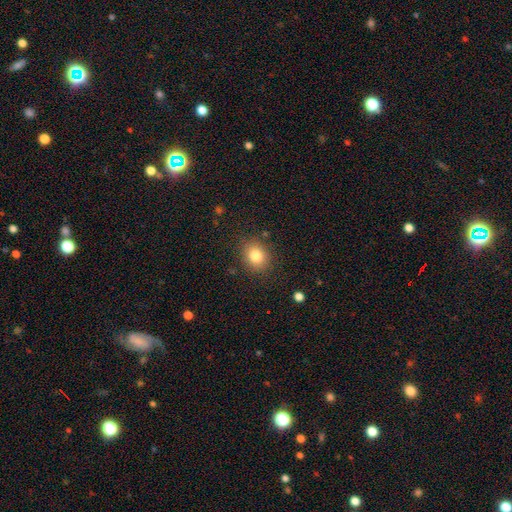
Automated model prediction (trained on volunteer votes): A smooth galaxy with no disk features (82%) that is round (59%). Merging: none (86%).